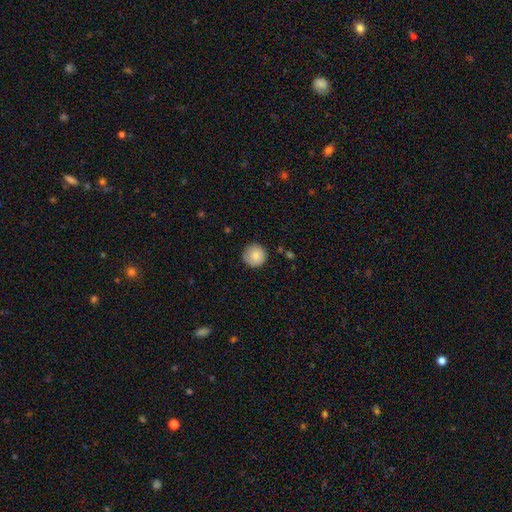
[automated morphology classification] A smooth galaxy with no disk features (84%) that is round (95%). Merging: none (86%).